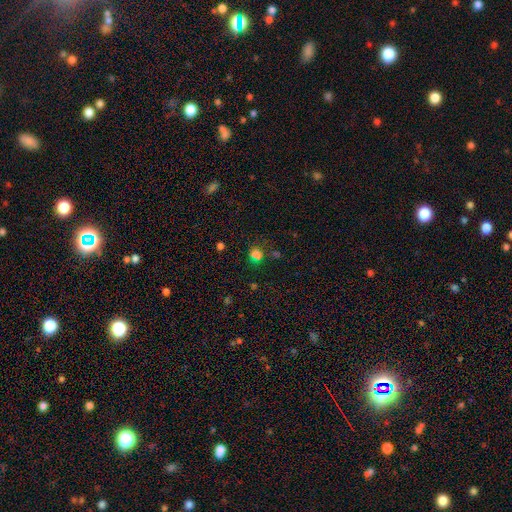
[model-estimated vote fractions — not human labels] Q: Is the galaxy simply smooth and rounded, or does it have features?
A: smooth — 73%.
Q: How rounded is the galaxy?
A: round — 80%.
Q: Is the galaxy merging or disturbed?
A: none — 75%.